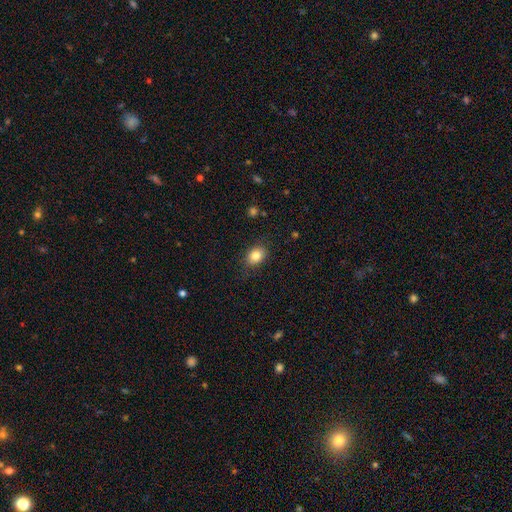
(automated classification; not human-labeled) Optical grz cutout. It shows a smooth galaxy with no disk features (83%) that is in between round and cigar-shaped (65%). Merging: none (82%).